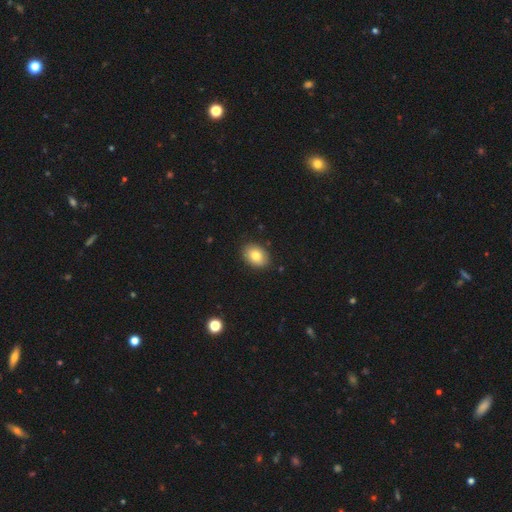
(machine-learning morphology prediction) Overall: smooth (80%). How rounded: in between (75%). Merging: none (88%).